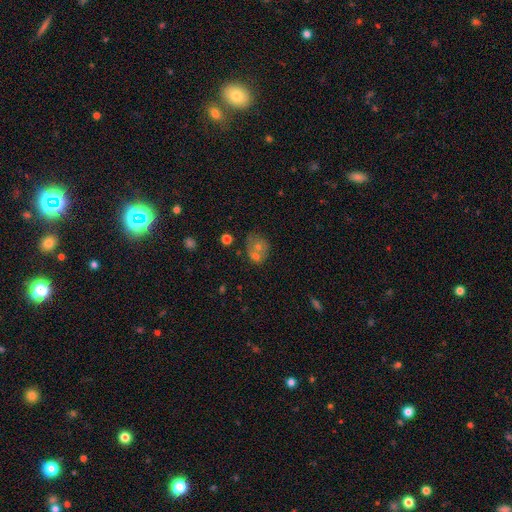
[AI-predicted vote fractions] This appears to be a smooth galaxy with no disk features (56%) that is round (60%). Merging: merger (47%).